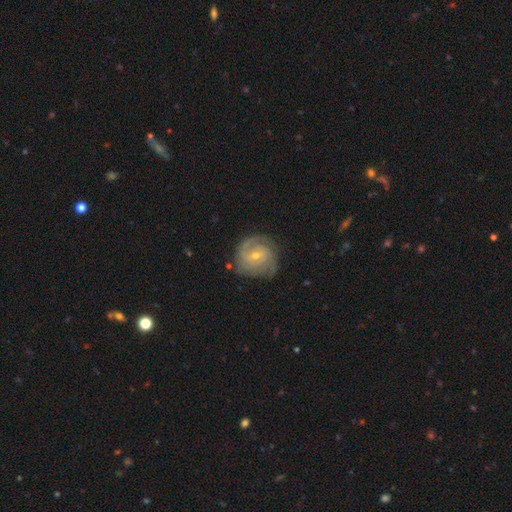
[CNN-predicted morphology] type=featured or disk (81%); edge-on=no (98%); bar=no (53%); spiral arms=yes (95%); winding=tight (56%); arm count=2 (38%); bulge=small (65%); merging=none (76%).